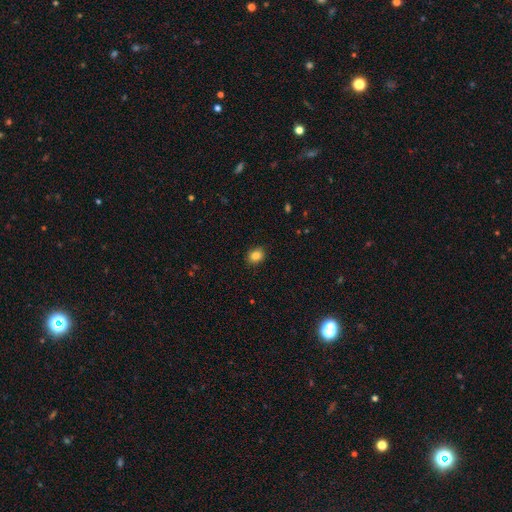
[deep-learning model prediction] Smooth or featured: smooth — 85% (star or artifact — 10%)
How rounded: round — 58% (in between — 41%)
Merging: none — 90% (minor disturbance — 8%)